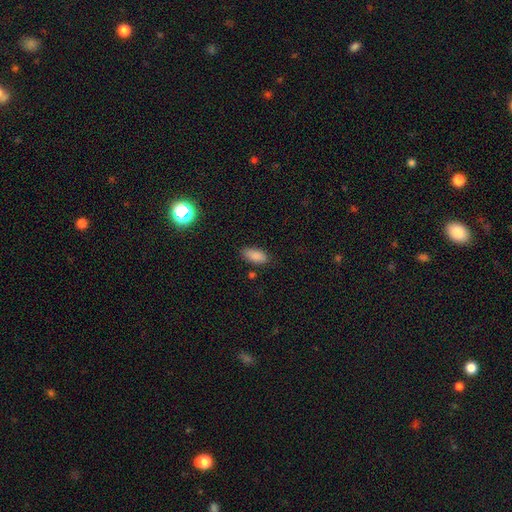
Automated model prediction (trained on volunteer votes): Smooth or featured? smooth (86%)
How rounded? in between (88%)
Merging? none (81%)